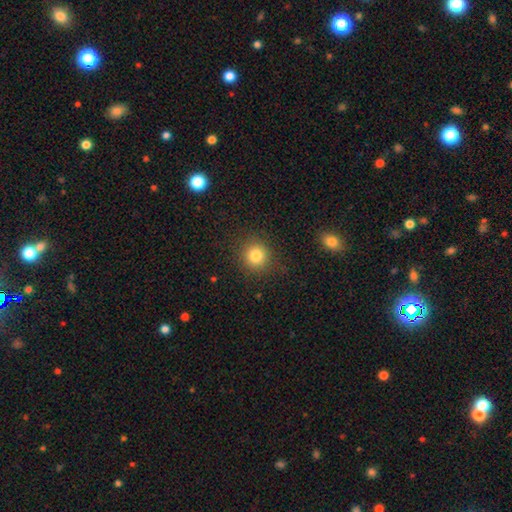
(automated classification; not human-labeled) Smooth or featured? smooth (82%)
How rounded? round (91%)
Merging? none (88%)